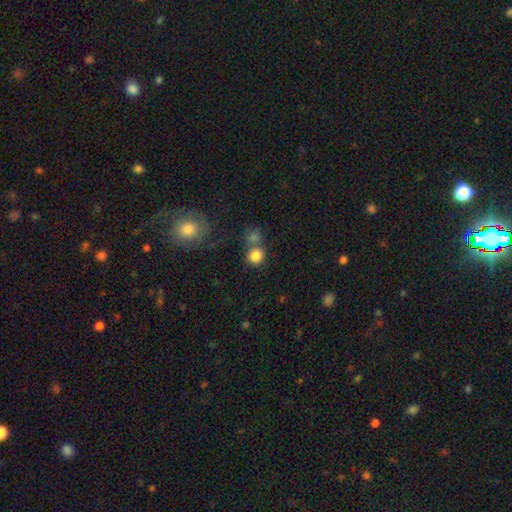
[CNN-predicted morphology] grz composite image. It shows a smooth galaxy with no disk features (83%) that is round (82%). Merging: none (56%).